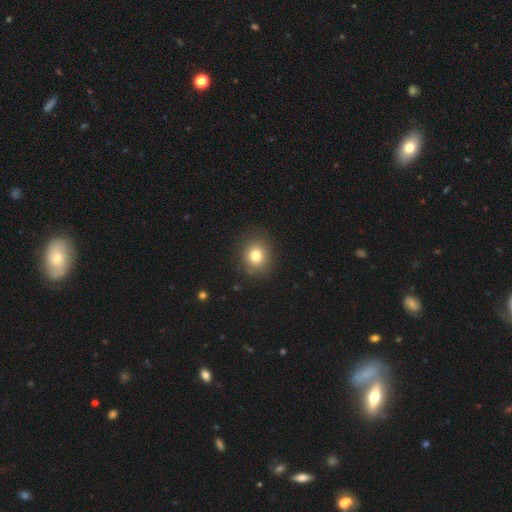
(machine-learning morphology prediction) The model was most divided on "how rounded": round: 75%, in between: 24%, cigar-shaped: 1%. More confident: merging — none (88%); smooth or featured — smooth (79%).